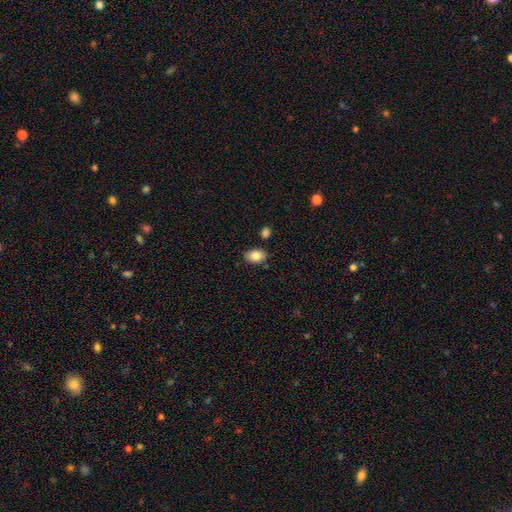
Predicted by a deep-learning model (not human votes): A smooth galaxy with no disk features (85%) that is in between round and cigar-shaped (85%).

Vote fractions:
- Smooth or featured? smooth: 85% / star or artifact: 8% / featured or disk: 7%
- How rounded? in between: 85% / round: 14% / cigar-shaped: 1%
- Merging? none: 81% / minor disturbance: 12% / merger: 4% / major disturbance: 3%